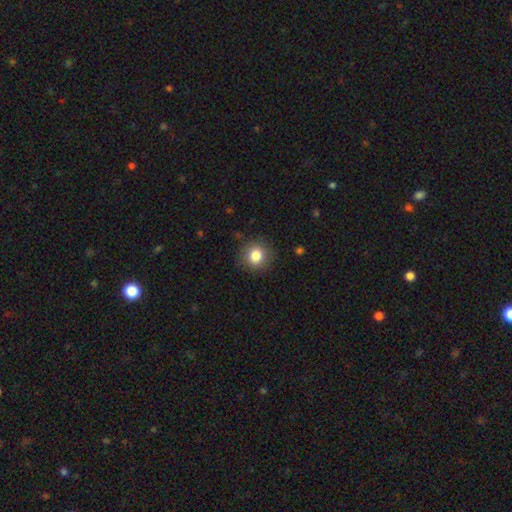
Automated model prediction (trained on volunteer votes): smooth 83%, star or artifact 10%, featured or disk 7%. Down the decision tree: how rounded — round (90%); merging — none (88%).